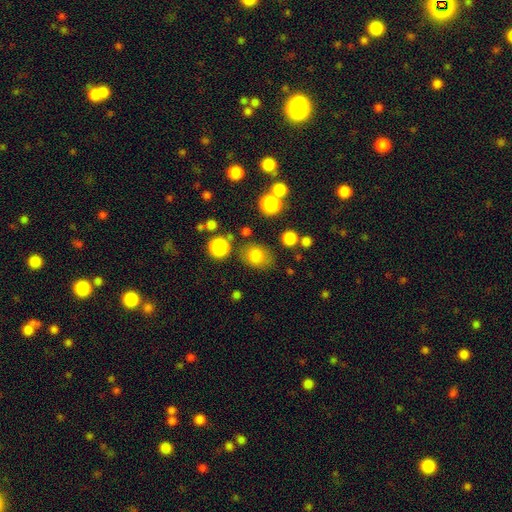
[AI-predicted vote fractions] Smooth or featured? Predicted: smooth (p=0.79). How rounded? Predicted: round (p=0.53). Merging? Predicted: none (p=0.72).